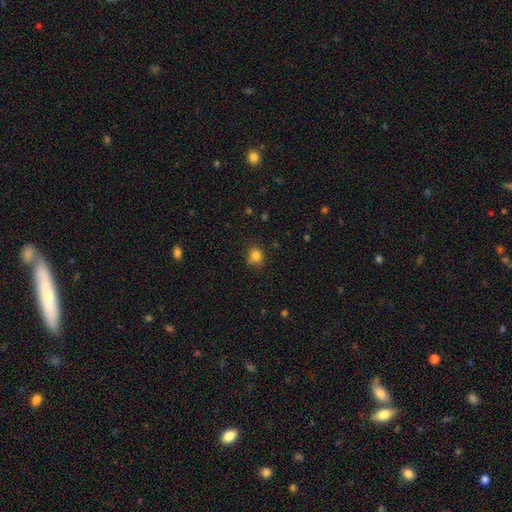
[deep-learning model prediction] Smooth or featured? smooth (83%)
How rounded? round (74%)
Merging? none (75%)